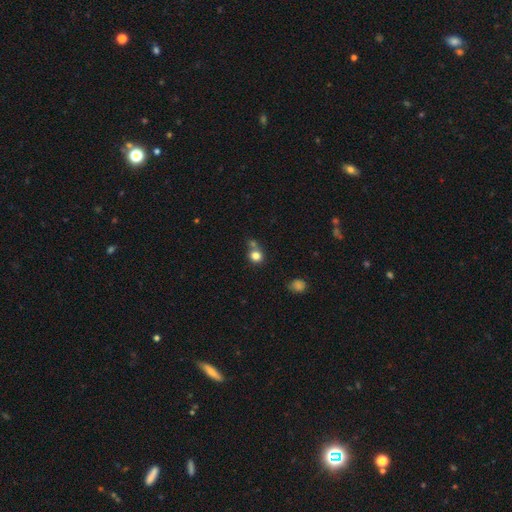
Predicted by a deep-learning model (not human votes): A smooth galaxy with no disk features (80%) that is round (84%).

Vote fractions:
- Smooth or featured? smooth: 80% / star or artifact: 12% / featured or disk: 8%
- How rounded? round: 84% / in between: 15% / cigar-shaped: 1%
- Merging? none: 55% / merger: 29% / minor disturbance: 12% / major disturbance: 5%